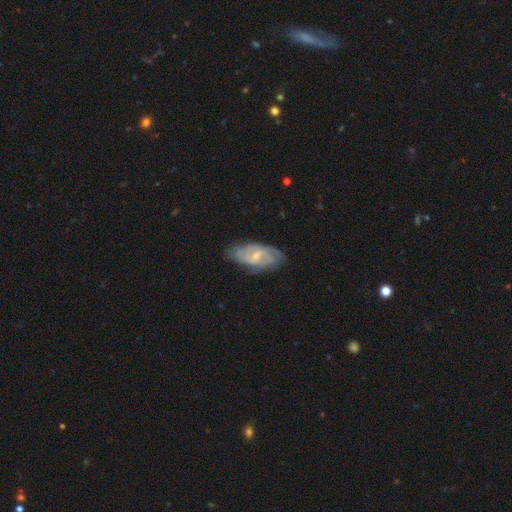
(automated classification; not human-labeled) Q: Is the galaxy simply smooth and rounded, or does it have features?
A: featured or disk — 74%.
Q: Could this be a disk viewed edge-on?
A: no — 94%.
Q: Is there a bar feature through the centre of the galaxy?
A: weak — 57%.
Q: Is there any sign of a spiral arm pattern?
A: yes — 90%.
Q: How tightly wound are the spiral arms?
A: medium — 43%.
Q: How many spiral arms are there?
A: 2 — 43%.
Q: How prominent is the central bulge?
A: small — 57%.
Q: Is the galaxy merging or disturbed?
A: none — 71%.